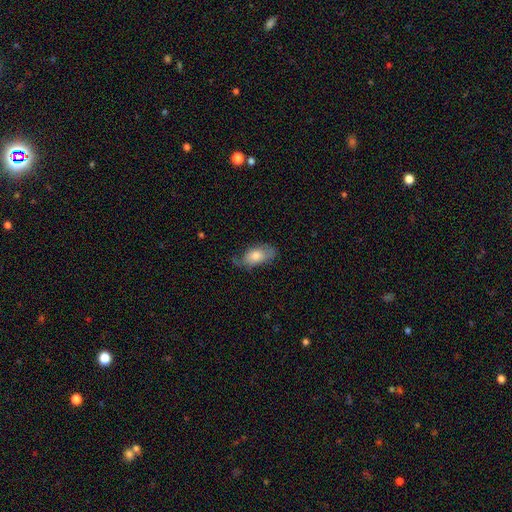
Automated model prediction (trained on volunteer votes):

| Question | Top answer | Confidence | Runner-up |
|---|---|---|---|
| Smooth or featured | smooth | 65% | featured or disk (28%) |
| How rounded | in between | 89% | cigar-shaped (6%) |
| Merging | none | 55% | minor disturbance (31%) |